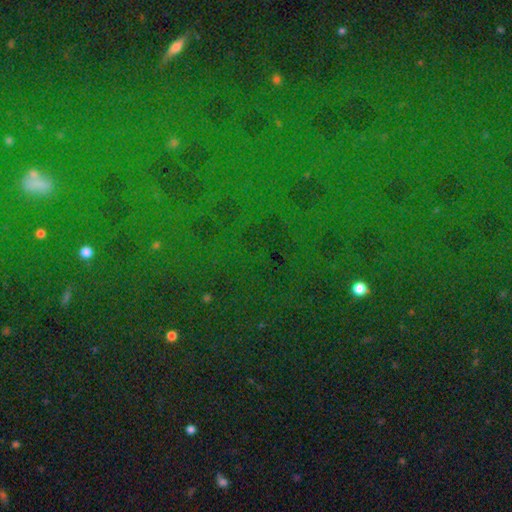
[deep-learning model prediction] Morphology: type=star or artifact (80%).